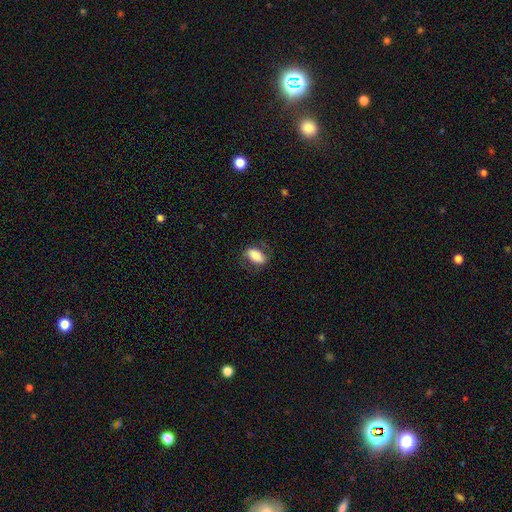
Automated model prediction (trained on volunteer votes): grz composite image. It shows a smooth galaxy with no disk features (73%) that is in between round and cigar-shaped (89%). Merging: none (72%).